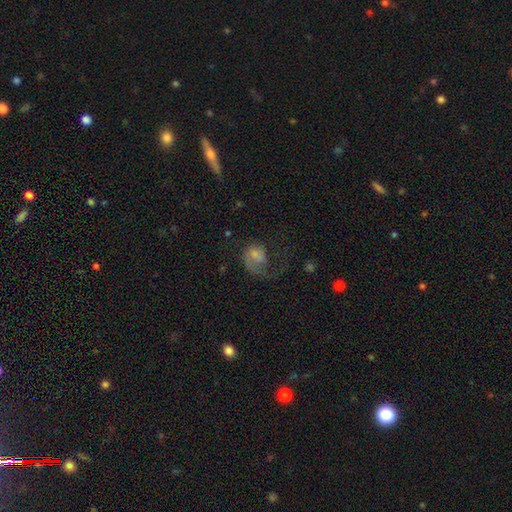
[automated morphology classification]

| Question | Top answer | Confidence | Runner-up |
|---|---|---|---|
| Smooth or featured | featured or disk | 48% | smooth (43%) |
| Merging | major disturbance | 53% | none (27%) |